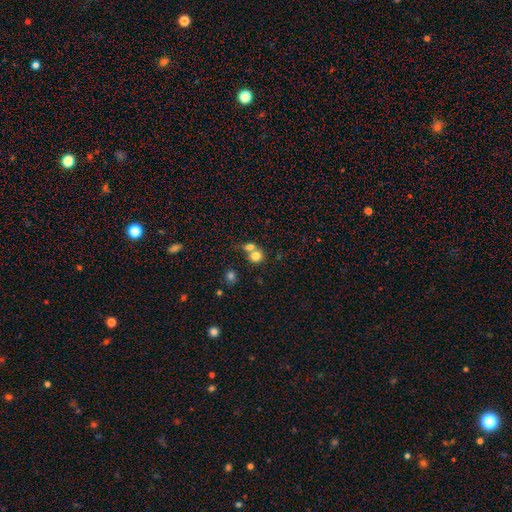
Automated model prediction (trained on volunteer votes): Q: Smooth or featured?
A: smooth (78%); runner-up: featured or disk (11%)
Q: How rounded?
A: round (81%); runner-up: in between (18%)
Q: Merging?
A: merger (49%); runner-up: none (40%)